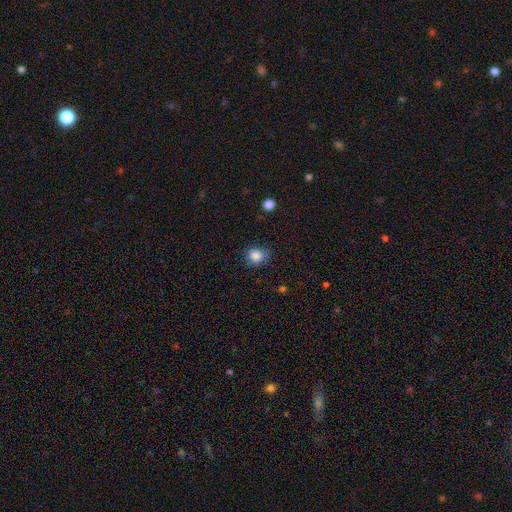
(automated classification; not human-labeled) smooth 85%, star or artifact 10%, featured or disk 4%. Down the decision tree: how rounded — round (78%); merging — none (74%).